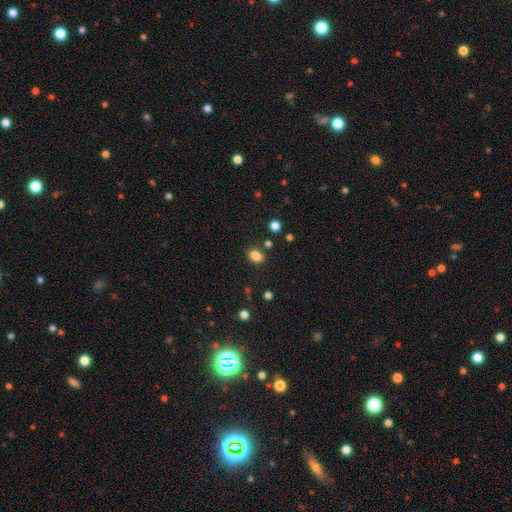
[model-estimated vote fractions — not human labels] Morphology: type=smooth (84%); roundness=in between (70%); merging=none (82%).